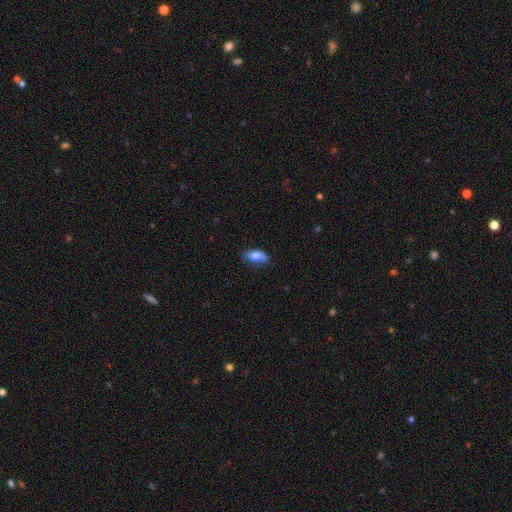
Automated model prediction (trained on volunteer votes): Q: Smooth or featured?
A: smooth (72%); runner-up: featured or disk (20%)
Q: How rounded?
A: in between (87%); runner-up: cigar-shaped (7%)
Q: Merging?
A: none (54%); runner-up: minor disturbance (33%)